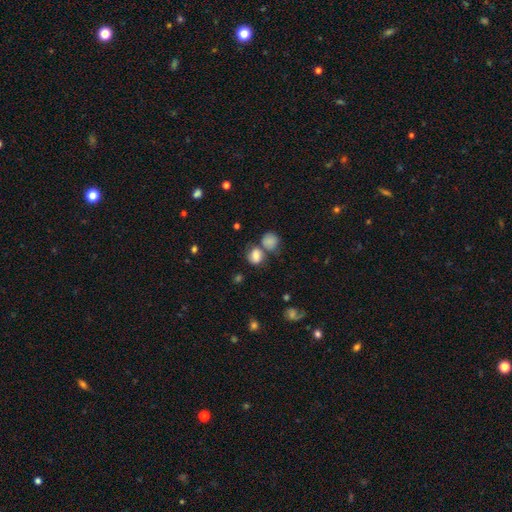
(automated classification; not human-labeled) A smooth galaxy with no disk features (77%) that is round (63%). Merging: none (49%).